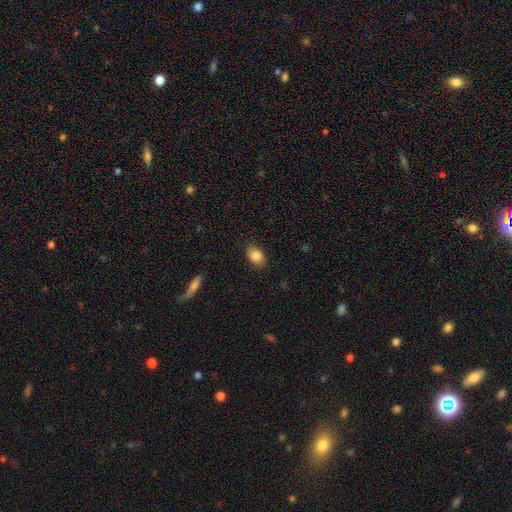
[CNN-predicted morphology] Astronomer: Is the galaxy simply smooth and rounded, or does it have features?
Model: smooth — 86%.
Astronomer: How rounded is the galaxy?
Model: in between — 87%.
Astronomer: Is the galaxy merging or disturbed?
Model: none — 86%.